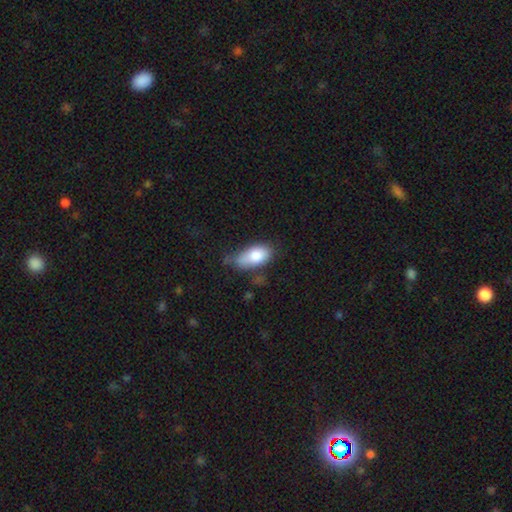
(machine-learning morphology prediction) smooth-or-featured: smooth: 80% | featured or disk: 13% | star or artifact: 7%
  how-rounded: in between: 91% | cigar-shaped: 5% | round: 5%
  merging: none: 41% | minor disturbance: 39% | major disturbance: 13% | merger: 6%